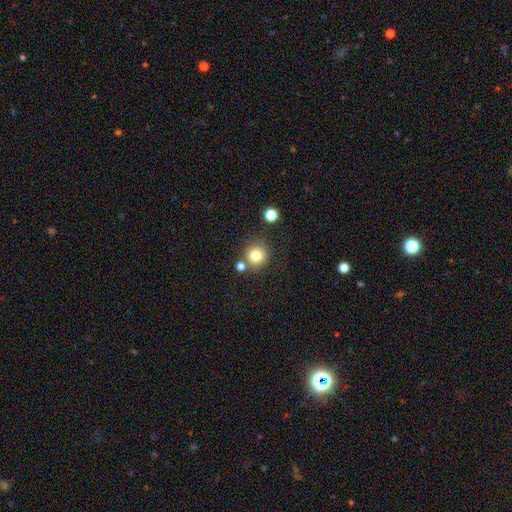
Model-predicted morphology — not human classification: Smooth or featured? Predicted: smooth (p=0.80). How rounded? Predicted: round (p=0.92). Merging? Predicted: none (p=0.76).